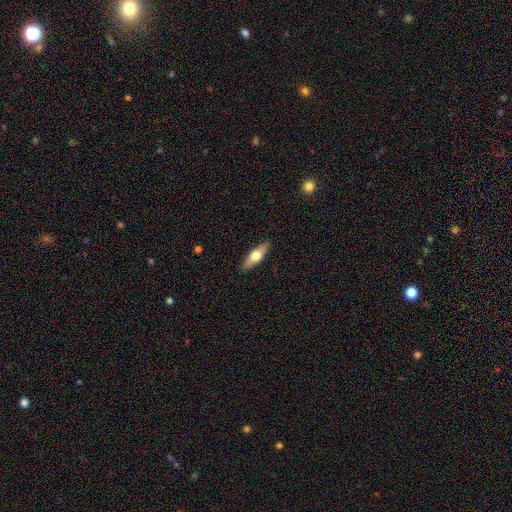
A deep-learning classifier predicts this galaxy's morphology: Smooth or featured: smooth — 54% (featured or disk — 40%)
How rounded: in between — 51% (cigar-shaped — 46%)
Merging: none — 89% (minor disturbance — 8%)